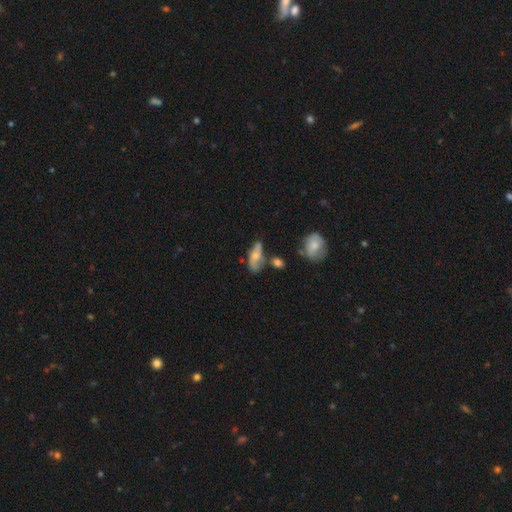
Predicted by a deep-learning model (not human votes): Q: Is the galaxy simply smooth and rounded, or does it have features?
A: smooth — 56%.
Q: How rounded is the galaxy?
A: in between — 75%.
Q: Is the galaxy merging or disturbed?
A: none — 43%.